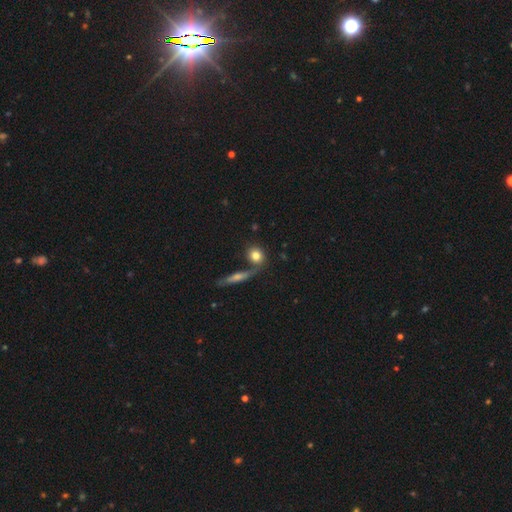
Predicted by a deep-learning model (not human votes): A smooth galaxy with no disk features (79%) that is round (74%).

Vote fractions:
- Smooth or featured? smooth: 79% / featured or disk: 12% / star or artifact: 9%
- How rounded? round: 74% / in between: 21% / cigar-shaped: 5%
- Merging? none: 62% / merger: 22% / minor disturbance: 11% / major disturbance: 5%